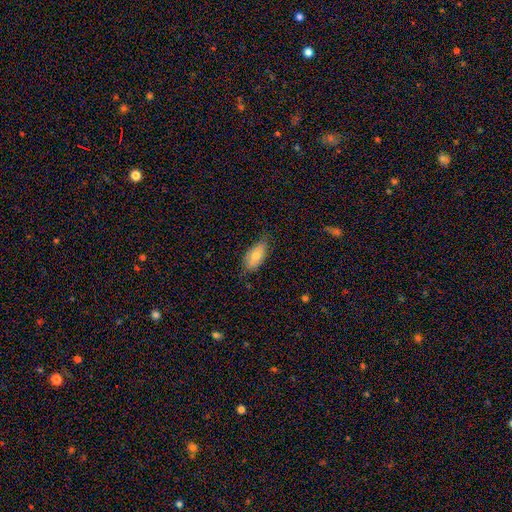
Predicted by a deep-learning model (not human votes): Smooth or featured: smooth — 73% (featured or disk — 20%)
How rounded: in between — 89% (cigar-shaped — 8%)
Merging: none — 70% (minor disturbance — 25%)